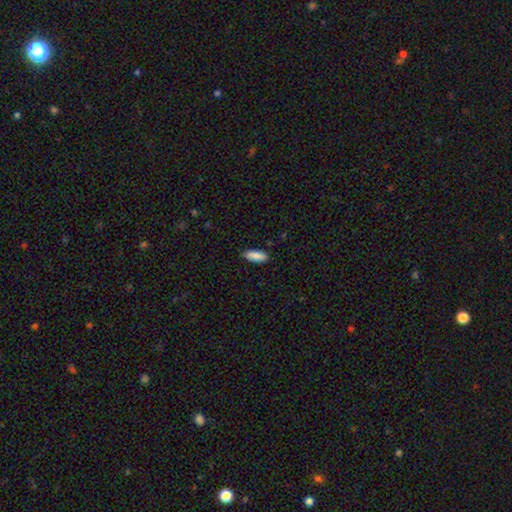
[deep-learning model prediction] Smooth or featured? smooth (90%)
How rounded? in between (69%)
Merging? none (88%)